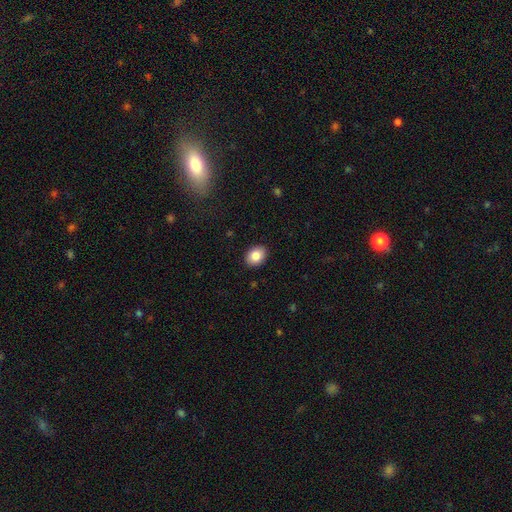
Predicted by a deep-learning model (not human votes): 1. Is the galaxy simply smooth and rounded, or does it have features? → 85% smooth, 8% star or artifact, 7% featured or disk.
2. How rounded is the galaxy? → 67% in between, 32% round, 1% cigar-shaped.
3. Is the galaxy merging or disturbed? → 90% none, 7% minor disturbance, 2% major disturbance, 1% merger.